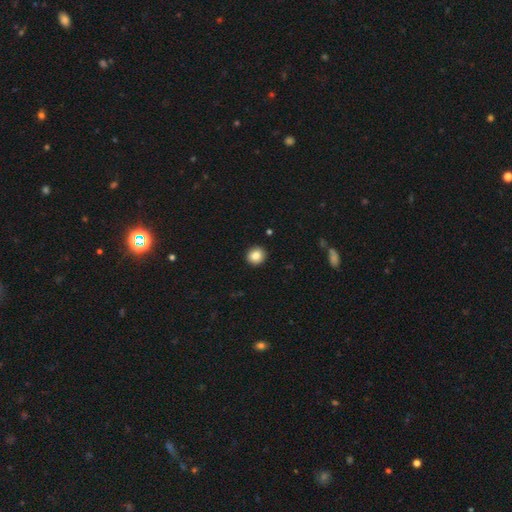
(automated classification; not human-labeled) This is clearly a smooth galaxy (85%). How rounded: clearly round (88%). Merging: clearly none (92%).